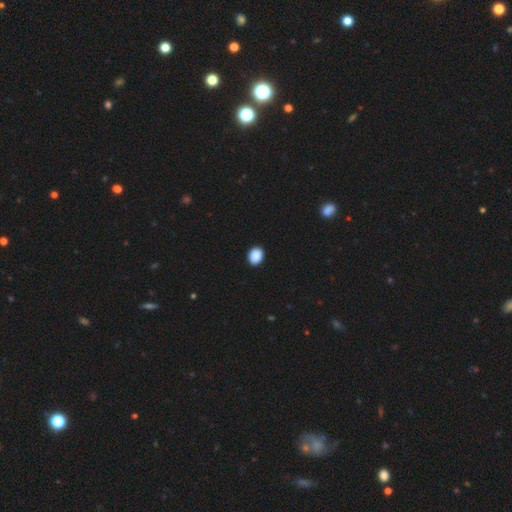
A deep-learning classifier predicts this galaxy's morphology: smooth-or-featured: smooth: 90% | star or artifact: 8% | featured or disk: 2%
  how-rounded: in between: 52% | round: 47% | cigar-shaped: 1%
  merging: none: 91% | minor disturbance: 6% | major disturbance: 2% | merger: 1%